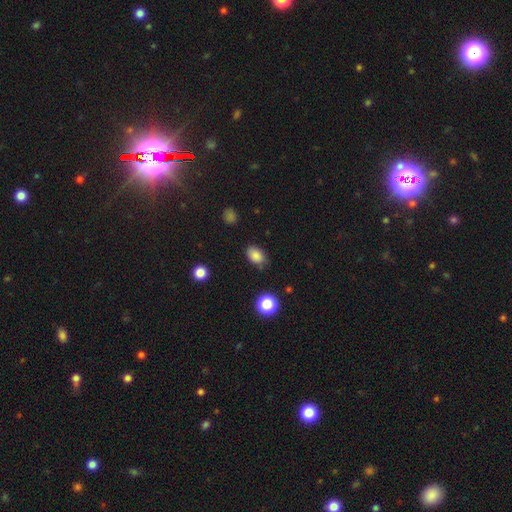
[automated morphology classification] Smooth or featured?
  - smooth: 85% *
  - star or artifact: 10%
  - featured or disk: 5%
How rounded?
  - in between: 83% *
  - round: 16%
  - cigar-shaped: 1%
Merging?
  - none: 77% *
  - minor disturbance: 17%
  - major disturbance: 4%
  - merger: 2%